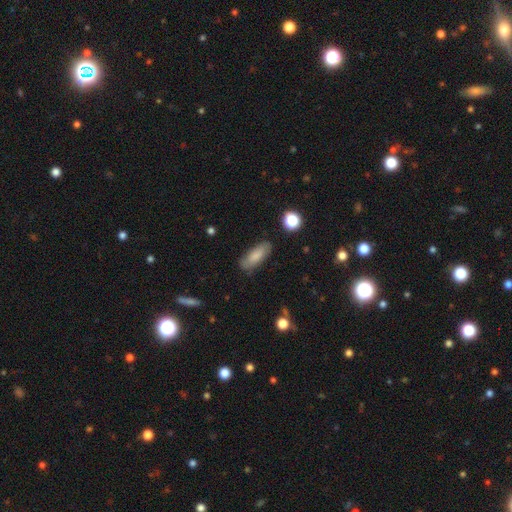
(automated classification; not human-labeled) This appears to be a smooth galaxy with no disk features (80%) that is in between round and cigar-shaped (70%). Merging: none (84%).